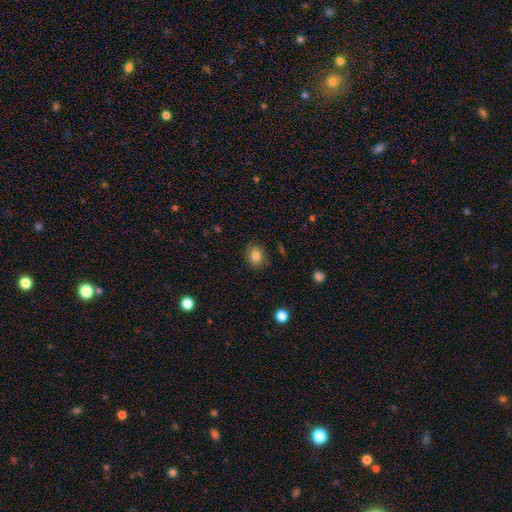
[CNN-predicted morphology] Smooth or featured: smooth — 82% (star or artifact — 10%)
How rounded: round — 56% (in between — 43%)
Merging: none — 84% (minor disturbance — 12%)